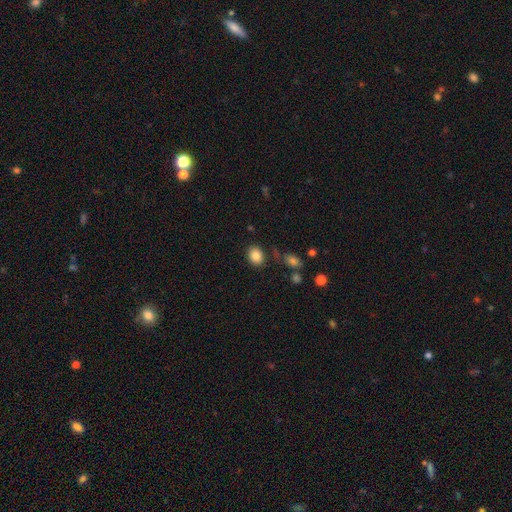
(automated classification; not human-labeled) smooth 85%, star or artifact 9%, featured or disk 5%. Down the decision tree: how rounded — in between (59%); merging — none (81%).